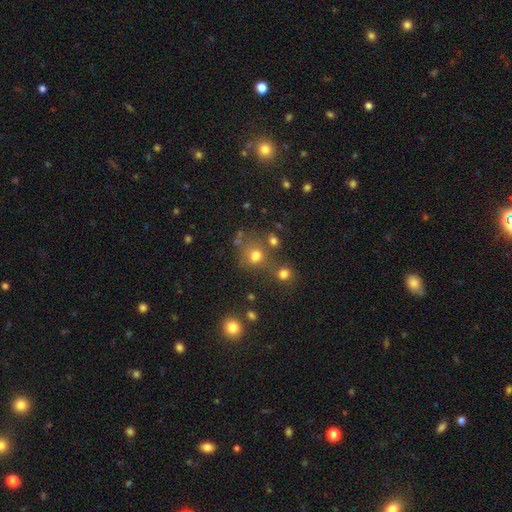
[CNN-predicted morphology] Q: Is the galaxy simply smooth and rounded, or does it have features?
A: smooth — 71%.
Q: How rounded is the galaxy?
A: round — 78%.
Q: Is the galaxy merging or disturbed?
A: none — 57%.